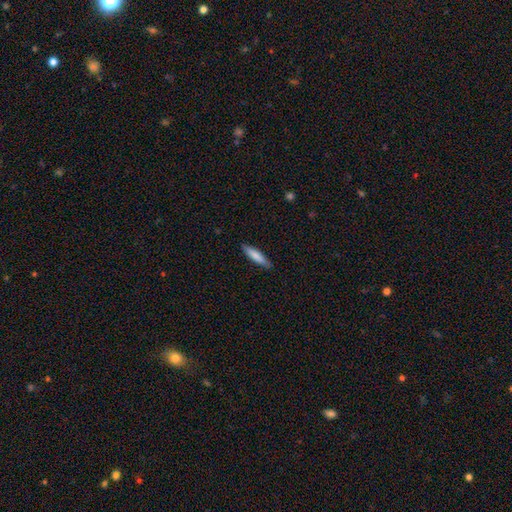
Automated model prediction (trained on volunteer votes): smooth-or-featured: smooth: 81% | featured or disk: 14% | star or artifact: 5%
  how-rounded: cigar-shaped: 81% | in between: 18% | round: 1%
  merging: none: 87% | minor disturbance: 10% | major disturbance: 2% | merger: 1%